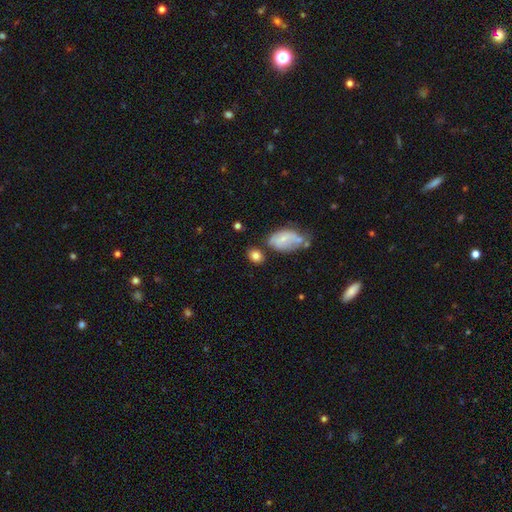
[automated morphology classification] Smooth or featured?
  - smooth: 80% *
  - featured or disk: 11%
  - star or artifact: 9%
How rounded?
  - in between: 55% *
  - round: 44%
  - cigar-shaped: 2%
Merging?
  - none: 67% *
  - minor disturbance: 15%
  - merger: 12%
  - major disturbance: 5%